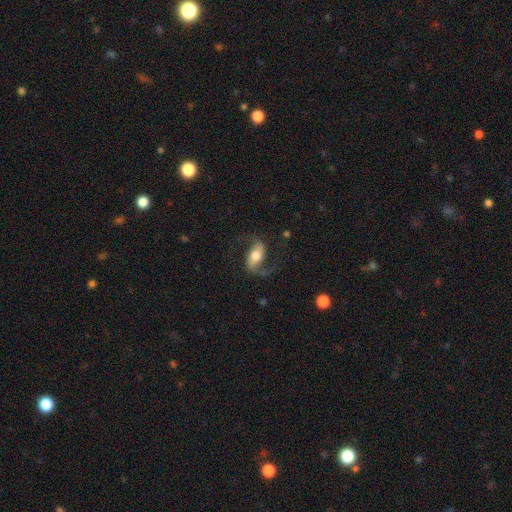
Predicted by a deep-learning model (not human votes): featured or disk 74%, smooth 19%, star or artifact 7%. Down the decision tree: edge-on disk — no (94%); bar — strong (35%); spiral arms — yes (93%); spiral arm count — 2 (92%); spiral winding — loose (68%); bulge size — moderate (59%); merging — none (70%).